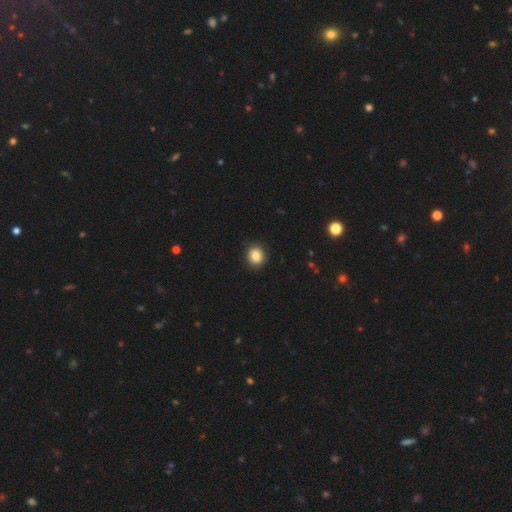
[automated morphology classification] Smooth or featured? smooth (85%)
How rounded? round (82%)
Merging? none (90%)